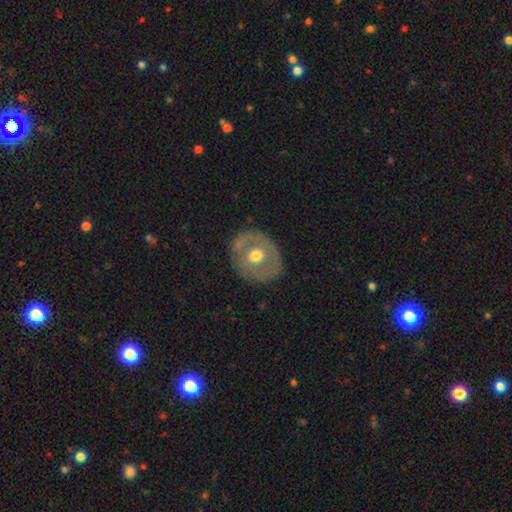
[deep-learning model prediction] smooth-or-featured: featured or disk: 51% | smooth: 43% | star or artifact: 6%
  disk-edge-on: no: 94% | yes: 6%
  merging: none: 80% | minor disturbance: 13% | major disturbance: 5% | merger: 1%